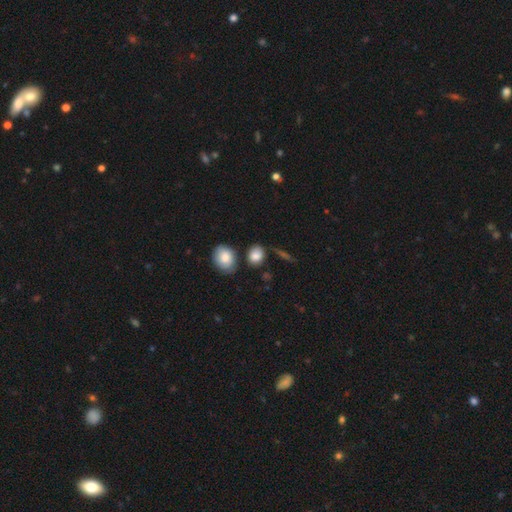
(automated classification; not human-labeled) A smooth galaxy with no disk features (85%) that is in between round and cigar-shaped (52%). Merging: none (73%).